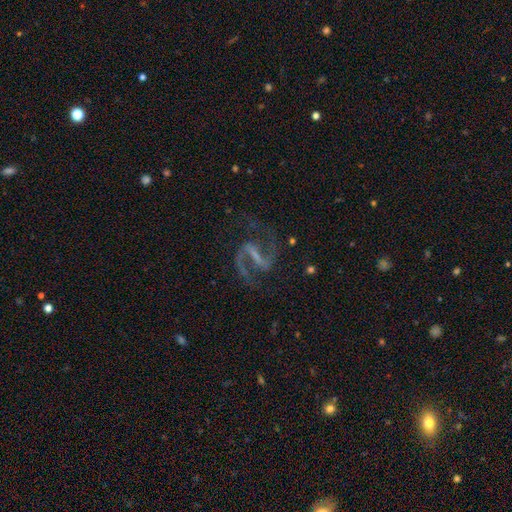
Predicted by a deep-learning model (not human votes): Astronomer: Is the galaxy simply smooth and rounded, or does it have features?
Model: featured or disk — 92%.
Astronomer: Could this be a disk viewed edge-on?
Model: no — 98%.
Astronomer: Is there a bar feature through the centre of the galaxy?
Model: strong — 64%.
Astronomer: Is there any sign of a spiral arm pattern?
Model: yes — 98%.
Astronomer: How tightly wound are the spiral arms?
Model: medium — 57% (runner-up: loose, 33%).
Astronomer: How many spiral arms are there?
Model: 2 — 94%.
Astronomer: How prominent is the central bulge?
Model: none — 51% (runner-up: small, 34%).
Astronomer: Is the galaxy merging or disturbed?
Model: none — 78%.